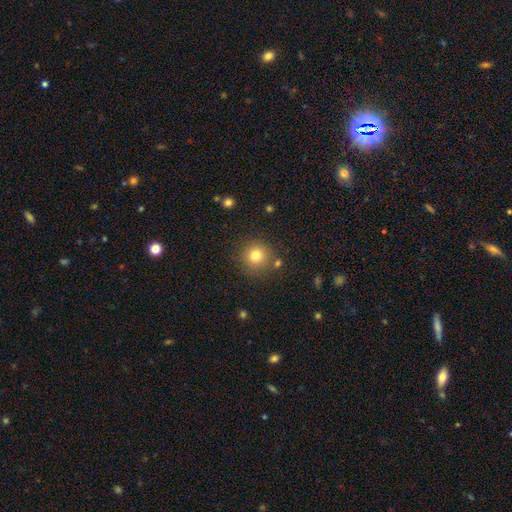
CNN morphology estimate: Smooth or featured: smooth — 79% (star or artifact — 13%)
How rounded: round — 94% (in between — 5%)
Merging: none — 84% (minor disturbance — 9%)